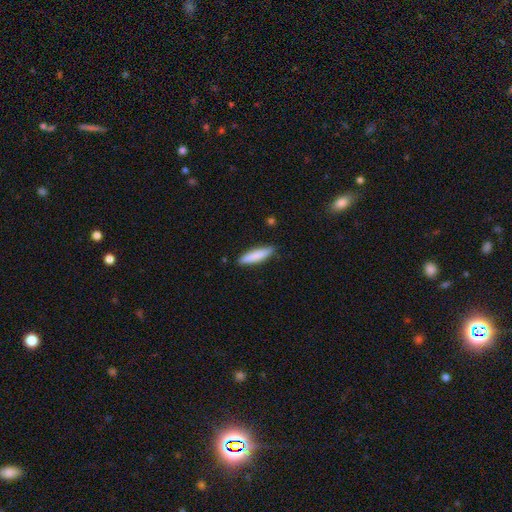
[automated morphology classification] Smooth or featured?
  - smooth: 84% *
  - featured or disk: 11%
  - star or artifact: 5%
How rounded?
  - cigar-shaped: 78% *
  - in between: 21%
  - round: 1%
Merging?
  - none: 86% *
  - minor disturbance: 11%
  - major disturbance: 2%
  - merger: 1%